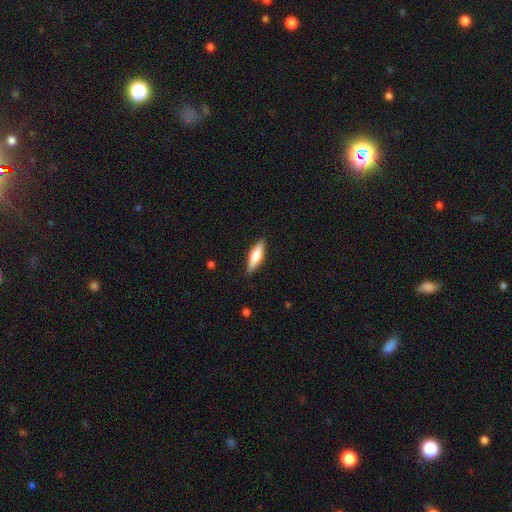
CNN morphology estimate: Smooth or featured? Predicted: smooth (p=0.56). How rounded? Predicted: cigar-shaped (p=0.63). Merging? Predicted: none (p=0.88).